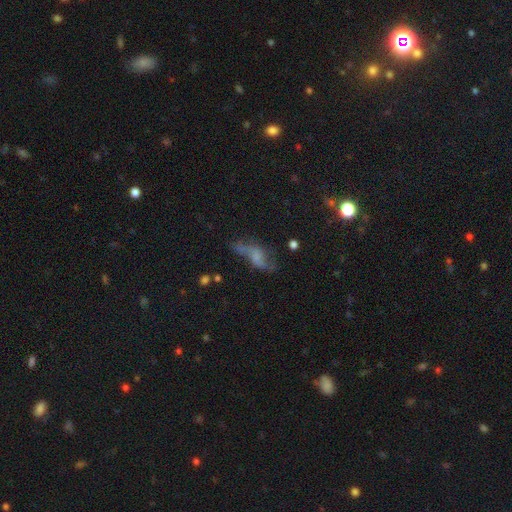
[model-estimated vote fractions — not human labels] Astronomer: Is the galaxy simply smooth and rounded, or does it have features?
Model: featured or disk — 45% (runner-up: smooth, 39%).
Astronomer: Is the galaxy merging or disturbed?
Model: none — 37% (runner-up: major disturbance, 30%).